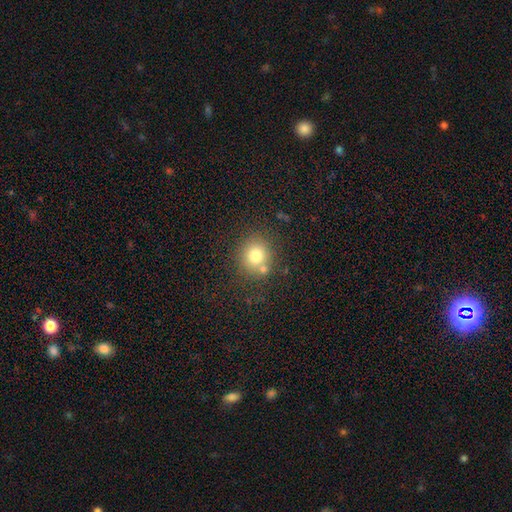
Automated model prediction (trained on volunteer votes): smooth_or_featured: smooth (p=0.75) [alt: star or artifact p=0.13]
how_rounded: round (p=0.87) [alt: in between p=0.12]
merging: none (p=0.71) [alt: merger p=0.15]